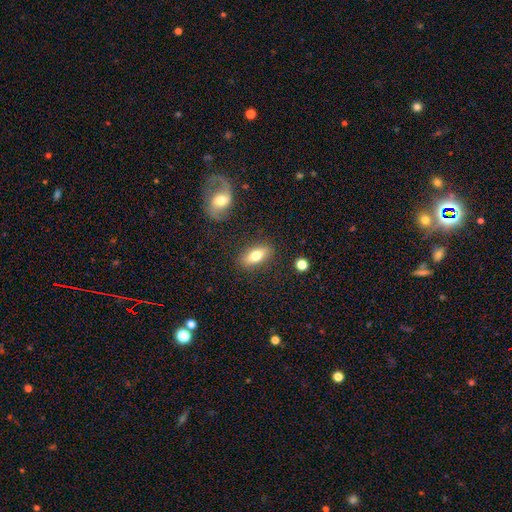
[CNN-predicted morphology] type=smooth (70%); roundness=in between (78%); merging=none (85%).